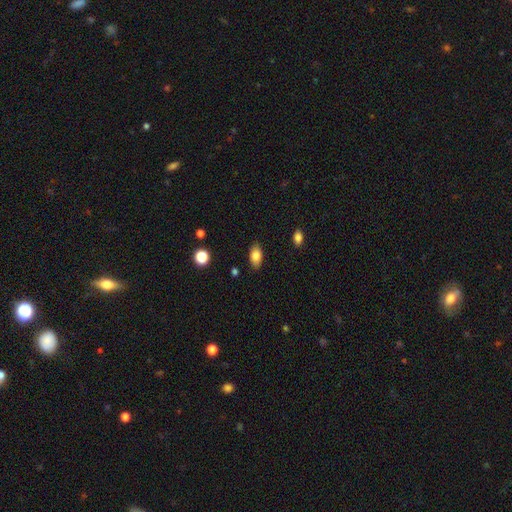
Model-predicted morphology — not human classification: type=smooth (82%); roundness=in between (89%); merging=none (85%).